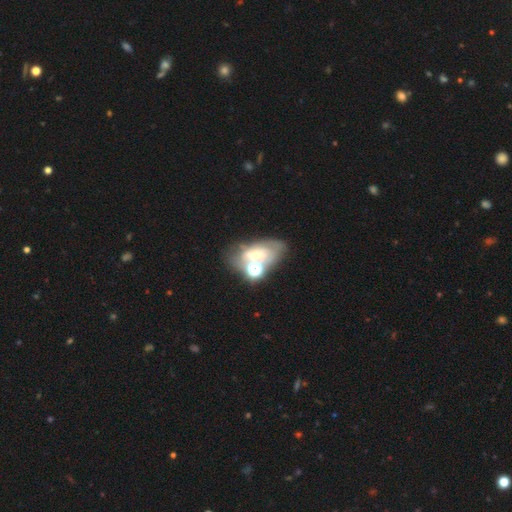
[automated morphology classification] This appears to be a featured or disk galaxy (42%). Merging: none (40%).